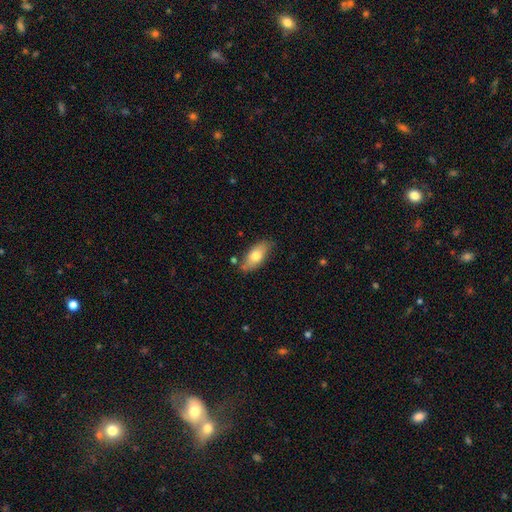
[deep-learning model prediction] smooth 69%, featured or disk 24%, star or artifact 6%. Down the decision tree: how rounded — in between (85%); merging — none (75%).